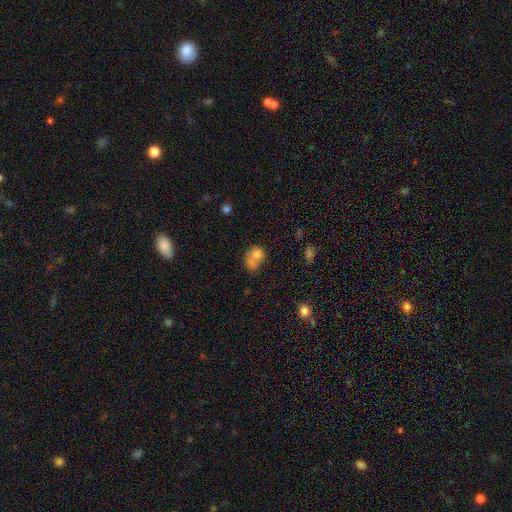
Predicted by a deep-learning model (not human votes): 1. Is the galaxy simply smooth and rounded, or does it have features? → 74% smooth, 15% featured or disk, 10% star or artifact.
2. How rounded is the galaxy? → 57% round, 42% in between, 1% cigar-shaped.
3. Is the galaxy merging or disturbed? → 50% merger, 26% none, 14% minor disturbance, 10% major disturbance.